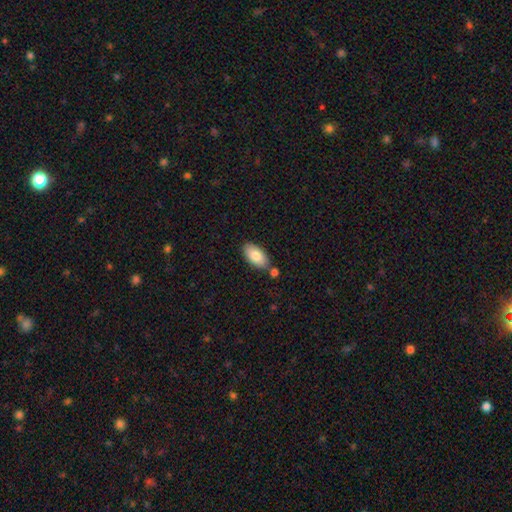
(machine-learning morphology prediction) Q: Smooth or featured?
A: smooth (82%); runner-up: featured or disk (12%)
Q: How rounded?
A: in between (95%); runner-up: cigar-shaped (3%)
Q: Merging?
A: none (75%); runner-up: minor disturbance (12%)